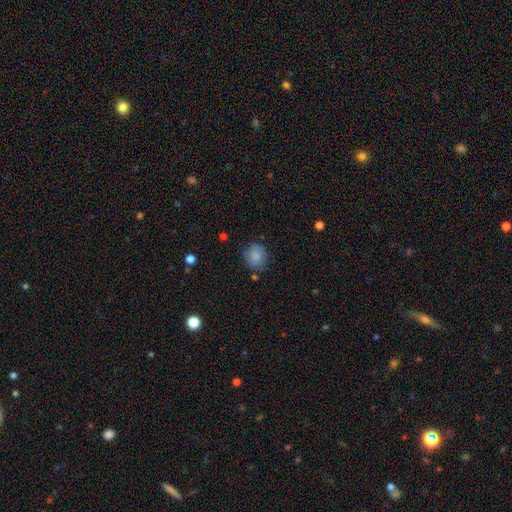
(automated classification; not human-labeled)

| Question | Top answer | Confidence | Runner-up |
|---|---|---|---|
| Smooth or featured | smooth | 84% | star or artifact (8%) |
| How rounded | round | 80% | in between (19%) |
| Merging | none | 77% | minor disturbance (16%) |